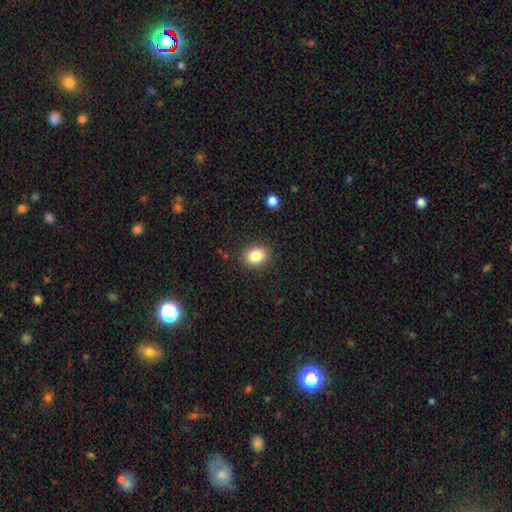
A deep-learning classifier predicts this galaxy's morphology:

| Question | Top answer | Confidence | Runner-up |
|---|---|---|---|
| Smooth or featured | smooth | 85% | star or artifact (9%) |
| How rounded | in between | 57% | round (42%) |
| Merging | none | 88% | minor disturbance (8%) |